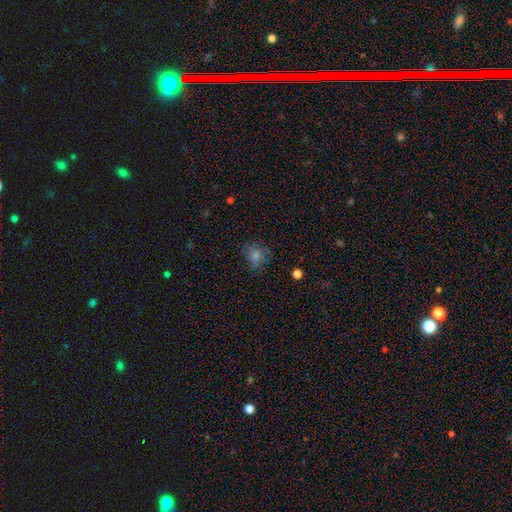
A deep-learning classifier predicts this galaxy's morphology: Overall: smooth (51%; star or artifact 27%). How rounded: round (72%). Merging: none (69%).